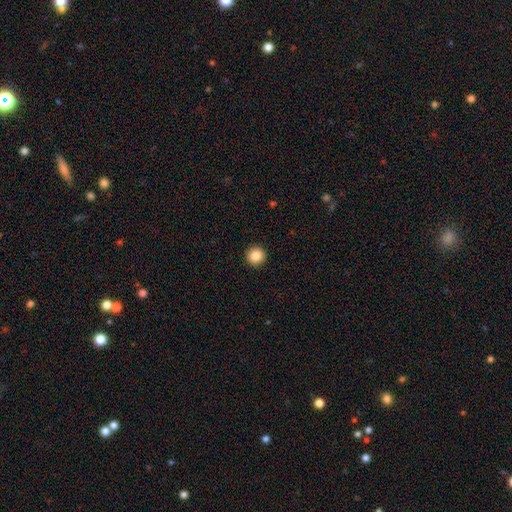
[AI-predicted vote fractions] Q: Smooth or featured?
A: smooth (87%); runner-up: star or artifact (9%)
Q: How rounded?
A: round (96%); runner-up: in between (3%)
Q: Merging?
A: none (93%); runner-up: minor disturbance (4%)